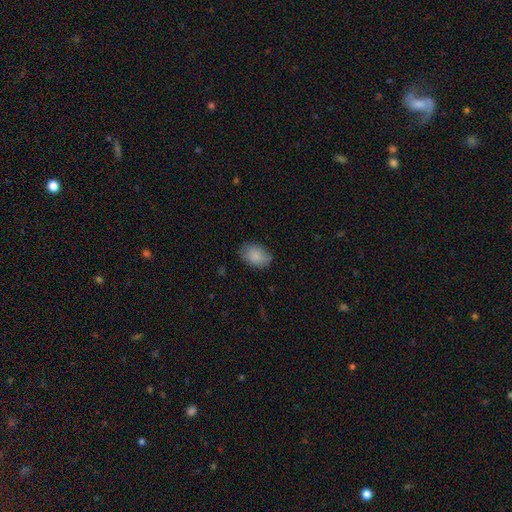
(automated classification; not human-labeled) Smooth or featured?
  - smooth: 86% *
  - star or artifact: 7%
  - featured or disk: 7%
How rounded?
  - in between: 84% *
  - round: 15%
  - cigar-shaped: 1%
Merging?
  - none: 76% *
  - minor disturbance: 19%
  - major disturbance: 4%
  - merger: 1%